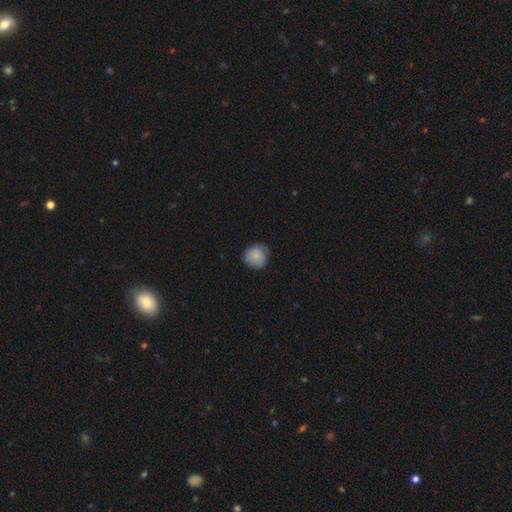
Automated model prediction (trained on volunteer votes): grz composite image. It shows a smooth galaxy with no disk features (81%) that is round (87%). Merging: none (69%).